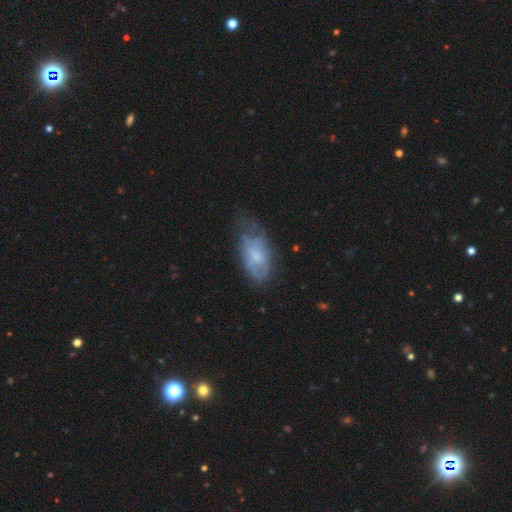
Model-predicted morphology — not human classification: A smooth galaxy with no disk features (50%) that is in between round and cigar-shaped (91%).

Vote fractions:
- Smooth or featured? smooth: 50% / featured or disk: 42% / star or artifact: 8%
- How rounded? in between: 91% / cigar-shaped: 5% / round: 4%
- Merging? minor disturbance: 37% / none: 36% / major disturbance: 25% / merger: 2%